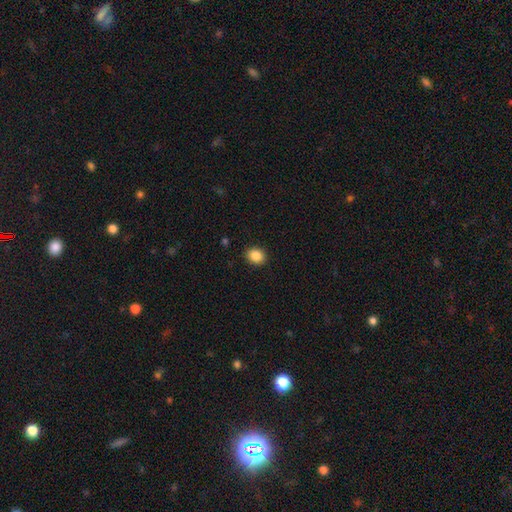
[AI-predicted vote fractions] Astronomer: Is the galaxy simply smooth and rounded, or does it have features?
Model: smooth — 87%.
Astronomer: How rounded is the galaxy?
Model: round — 62% (runner-up: in between, 38%).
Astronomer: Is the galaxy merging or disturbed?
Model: none — 90%.